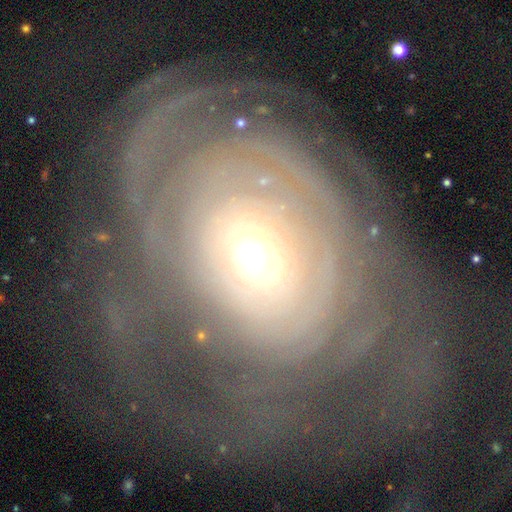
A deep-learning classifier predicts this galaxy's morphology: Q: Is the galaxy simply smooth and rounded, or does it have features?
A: featured or disk — 80%.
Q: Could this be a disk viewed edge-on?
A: no — 96%.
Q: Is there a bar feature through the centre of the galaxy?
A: no — 79%.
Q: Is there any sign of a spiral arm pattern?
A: yes — 77%.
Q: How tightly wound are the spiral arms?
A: tight — 64%.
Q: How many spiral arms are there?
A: can't tell — 43%.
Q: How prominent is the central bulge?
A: moderate — 60%.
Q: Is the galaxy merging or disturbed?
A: none — 49%.